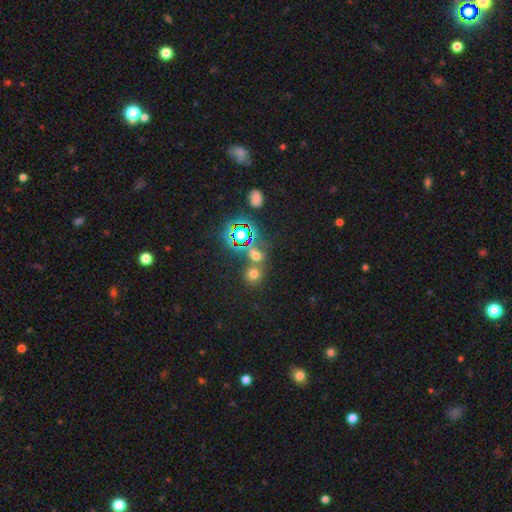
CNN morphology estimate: Smooth or featured? smooth (51%)
How rounded? round (76%)
Merging? none (57%)